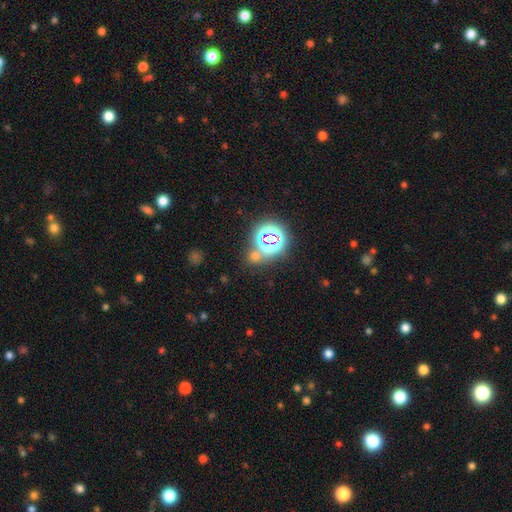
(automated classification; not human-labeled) A star or artifact, not a galaxy (56%).